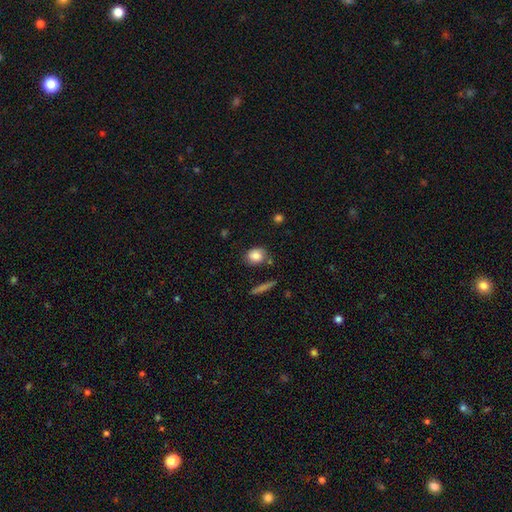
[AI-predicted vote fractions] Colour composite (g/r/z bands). It shows a smooth galaxy with no disk features (82%) that is round (56%). Merging: none (71%).